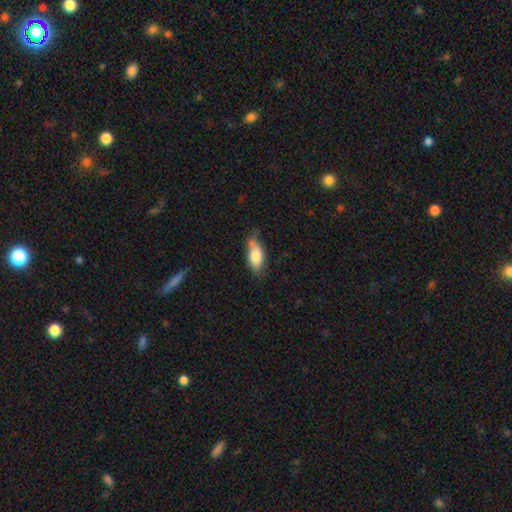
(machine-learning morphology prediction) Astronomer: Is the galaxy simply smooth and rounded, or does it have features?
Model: smooth — 74%.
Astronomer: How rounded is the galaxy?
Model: in between — 80%.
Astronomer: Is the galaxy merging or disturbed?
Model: none — 57% (runner-up: minor disturbance, 33%).